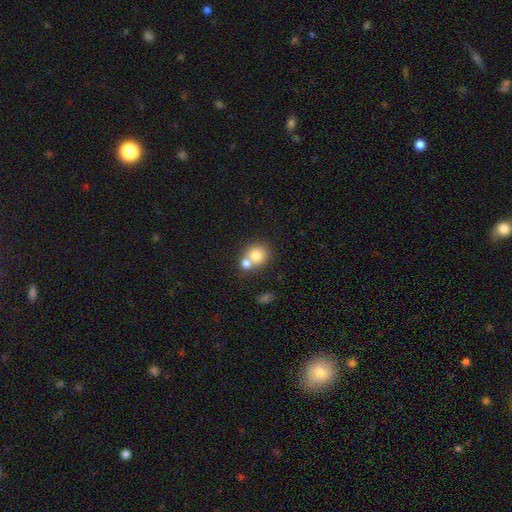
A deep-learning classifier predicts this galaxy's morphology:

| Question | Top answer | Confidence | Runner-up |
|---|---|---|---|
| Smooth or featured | smooth | 77% | featured or disk (13%) |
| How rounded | round | 83% | in between (16%) |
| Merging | merger | 48% | none (42%) |